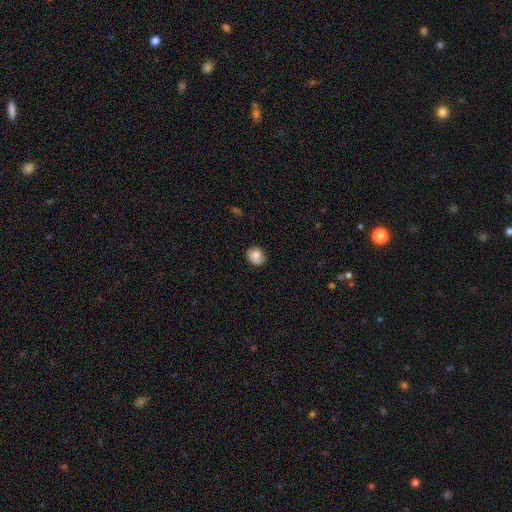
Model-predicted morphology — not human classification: Smooth or featured: smooth — 81% (featured or disk — 11%)
How rounded: round — 65% (in between — 34%)
Merging: none — 77% (minor disturbance — 18%)